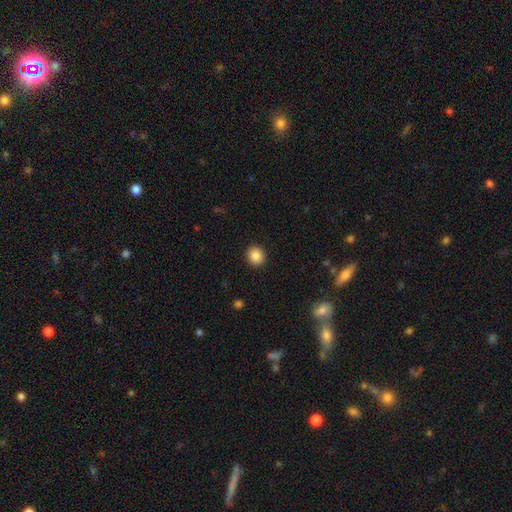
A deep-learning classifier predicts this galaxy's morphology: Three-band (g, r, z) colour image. It shows a smooth galaxy with no disk features (88%) that is round (83%). Merging: none (92%).